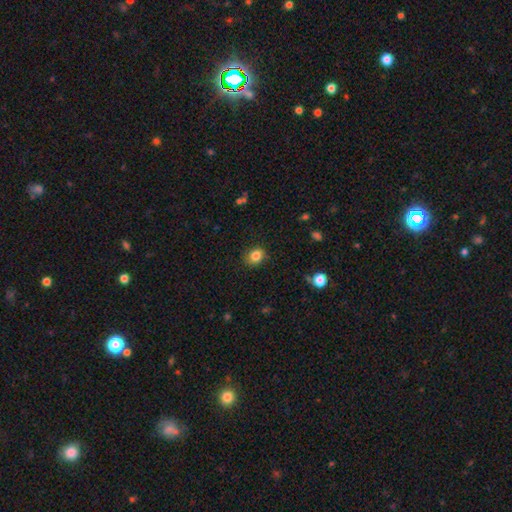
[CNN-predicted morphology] smooth-or-featured: smooth: 83% | star or artifact: 10% | featured or disk: 6%
  how-rounded: round: 57% | in between: 42% | cigar-shaped: 1%
  merging: none: 81% | minor disturbance: 15% | major disturbance: 3% | merger: 1%